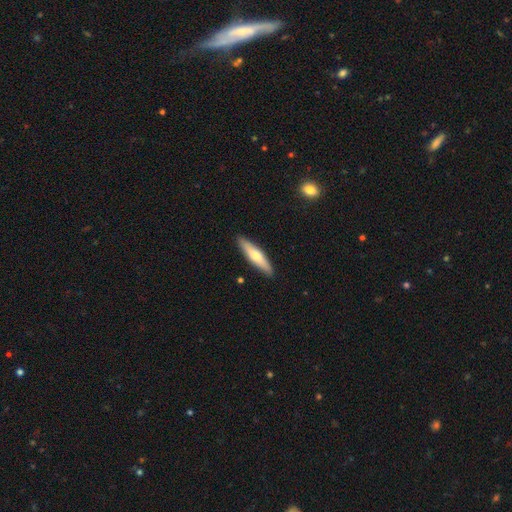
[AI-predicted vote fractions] A smooth galaxy with no disk features (60%) that is cigar-shaped (77%). Merging: none (90%).